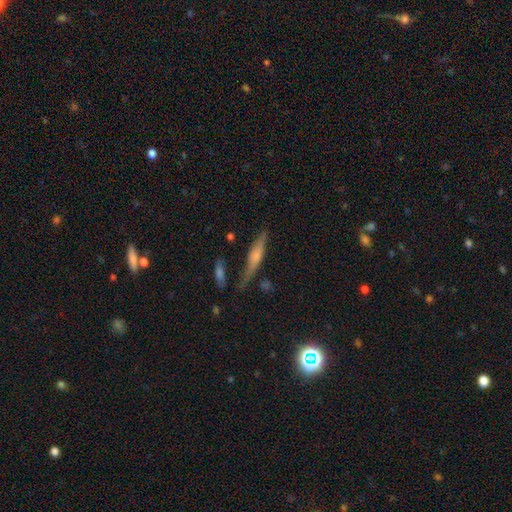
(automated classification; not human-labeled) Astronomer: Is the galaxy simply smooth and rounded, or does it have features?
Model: featured or disk — 48% (runner-up: smooth, 44%).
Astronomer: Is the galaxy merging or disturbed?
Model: none — 68%.